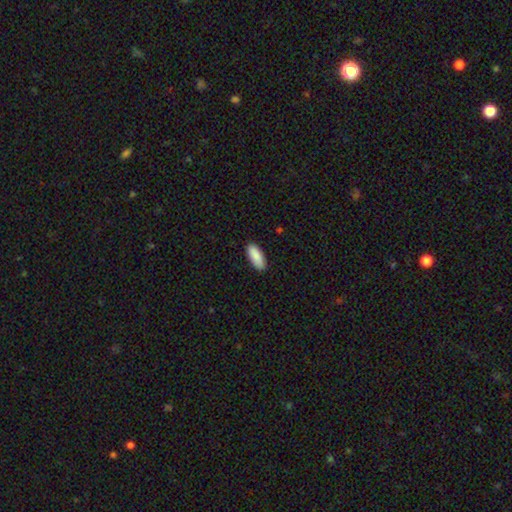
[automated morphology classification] Smooth or featured? smooth (90%)
How rounded? in between (82%)
Merging? none (89%)